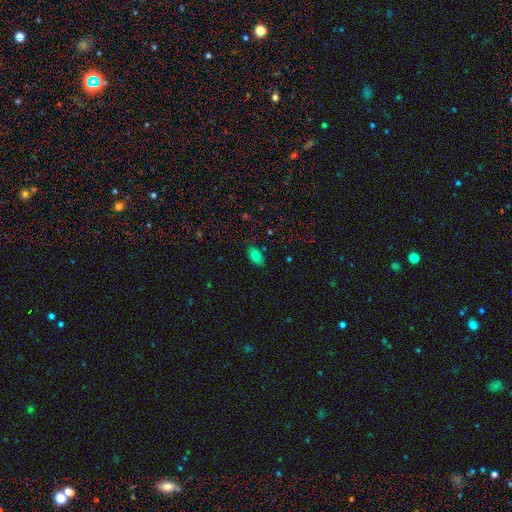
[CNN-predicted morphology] Q: Smooth or featured?
A: smooth (80%); runner-up: star or artifact (11%)
Q: How rounded?
A: in between (91%); runner-up: round (7%)
Q: Merging?
A: none (82%); runner-up: minor disturbance (14%)